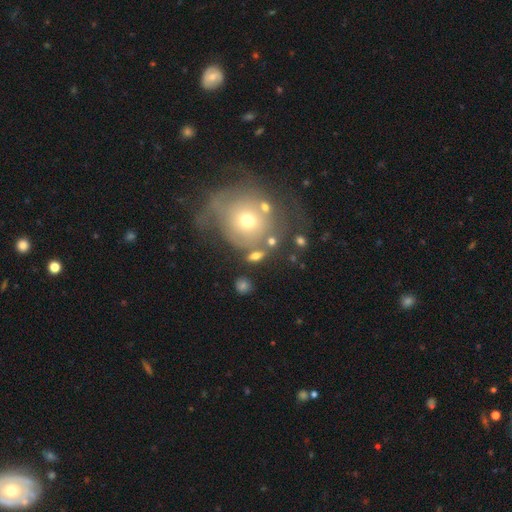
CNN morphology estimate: Q: Smooth or featured?
A: smooth (61%); runner-up: featured or disk (25%)
Q: How rounded?
A: round (47%); runner-up: in between (46%)
Q: Merging?
A: none (58%); runner-up: merger (17%)